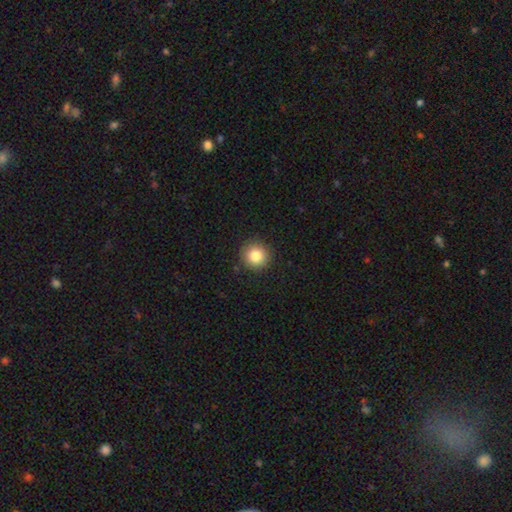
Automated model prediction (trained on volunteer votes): Smooth or featured? Predicted: smooth (p=0.83). How rounded? Predicted: round (p=0.95). Merging? Predicted: none (p=0.91).